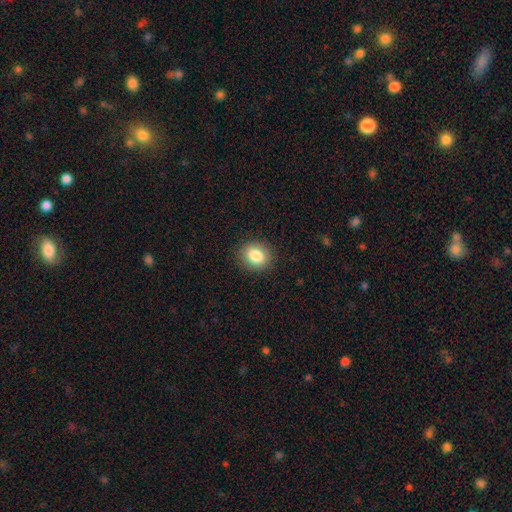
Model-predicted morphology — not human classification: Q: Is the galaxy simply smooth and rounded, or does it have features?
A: smooth — 84%.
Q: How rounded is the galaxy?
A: round — 64%.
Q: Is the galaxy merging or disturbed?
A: none — 89%.